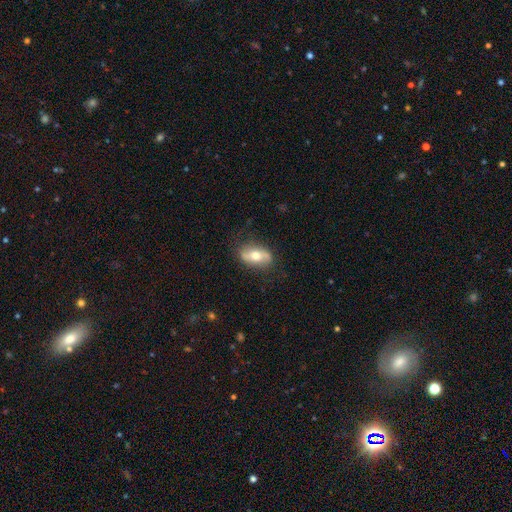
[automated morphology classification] smooth-or-featured: featured or disk: 49% | smooth: 44% | star or artifact: 6%
  merging: none: 78% | minor disturbance: 16% | major disturbance: 5% | merger: 1%